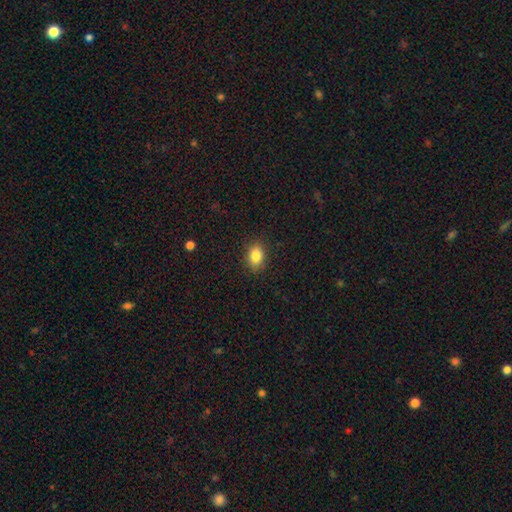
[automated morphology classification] smooth_or_featured: smooth (p=0.84) [alt: star or artifact p=0.10]
how_rounded: in between (p=0.73) [alt: round p=0.25]
merging: none (p=0.88) [alt: minor disturbance p=0.09]